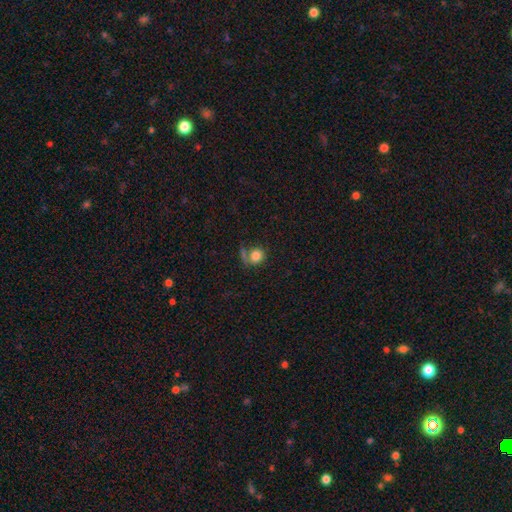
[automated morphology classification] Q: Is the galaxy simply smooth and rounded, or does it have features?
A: smooth — 80%.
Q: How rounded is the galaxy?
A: round — 73%.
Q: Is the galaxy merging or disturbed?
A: none — 54%.